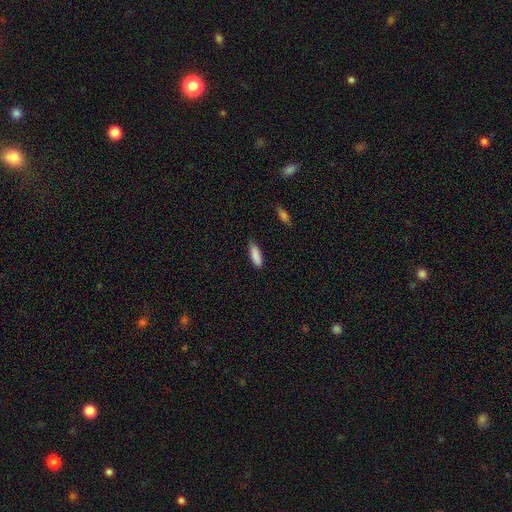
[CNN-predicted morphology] A smooth galaxy with no disk features (88%) that is in between round and cigar-shaped (55%).

Vote fractions:
- Smooth or featured? smooth: 88% / star or artifact: 7% / featured or disk: 5%
- How rounded? in between: 55% / cigar-shaped: 43% / round: 2%
- Merging? none: 75% / minor disturbance: 21% / major disturbance: 3% / merger: 2%